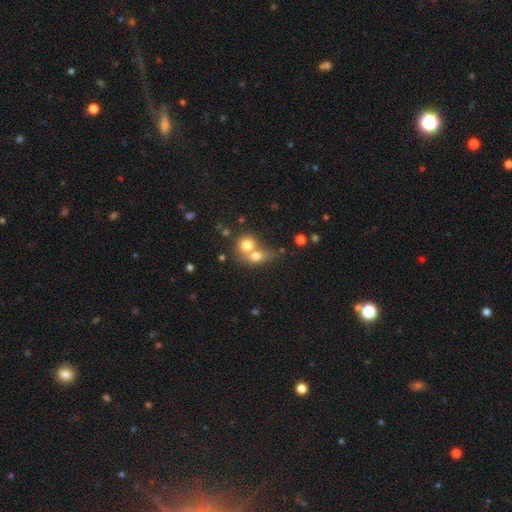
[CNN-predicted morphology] Smooth or featured? smooth (72%)
How rounded? round (56%)
Merging? merger (65%)